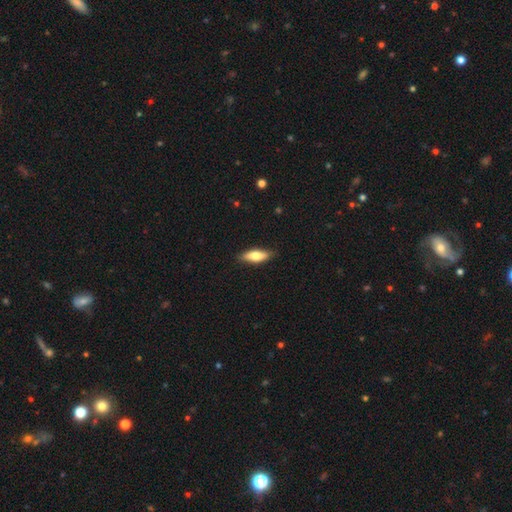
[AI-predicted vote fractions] smooth_or_featured: smooth (p=0.67) [alt: featured or disk p=0.27]
how_rounded: in between (p=0.57) [alt: cigar-shaped p=0.41]
merging: none (p=0.85) [alt: minor disturbance p=0.11]